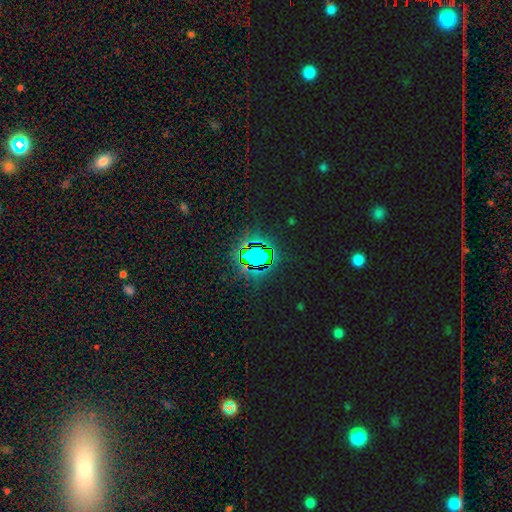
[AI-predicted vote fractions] Smooth or featured: star or artifact — 76% (smooth — 15%)